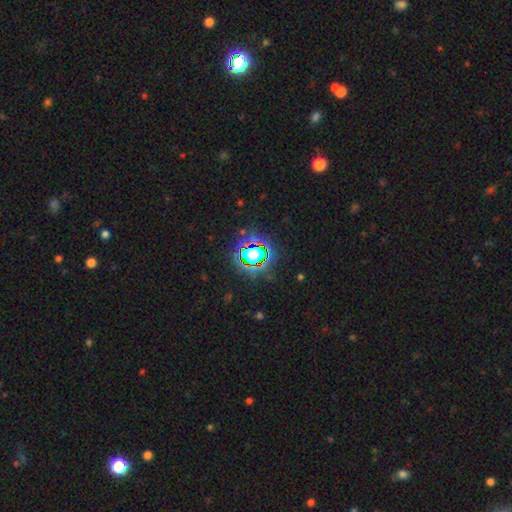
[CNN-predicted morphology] smooth-or-featured: star or artifact: 81% | smooth: 11% | featured or disk: 8%